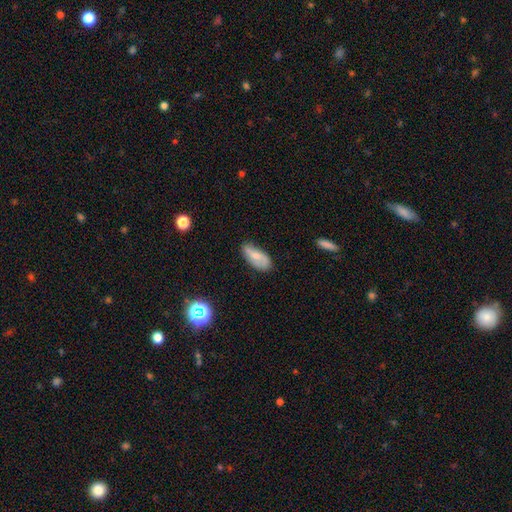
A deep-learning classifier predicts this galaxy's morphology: This appears to be a smooth galaxy with no disk features (54%) that is in between round and cigar-shaped (87%). Merging: none (71%).